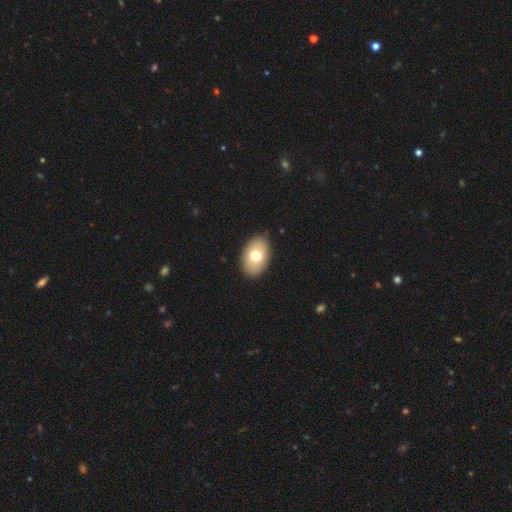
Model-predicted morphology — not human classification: Smooth or featured: smooth — 71% (featured or disk — 22%)
How rounded: in between — 87% (round — 12%)
Merging: none — 86% (minor disturbance — 10%)